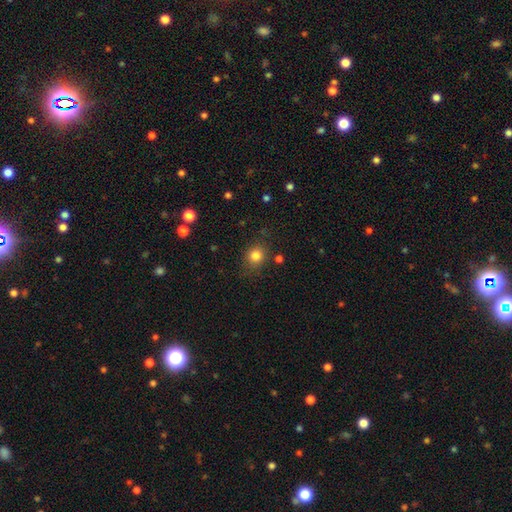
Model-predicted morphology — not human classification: Smooth or featured: smooth — 82% (star or artifact — 12%)
How rounded: round — 77% (in between — 22%)
Merging: none — 81% (minor disturbance — 12%)